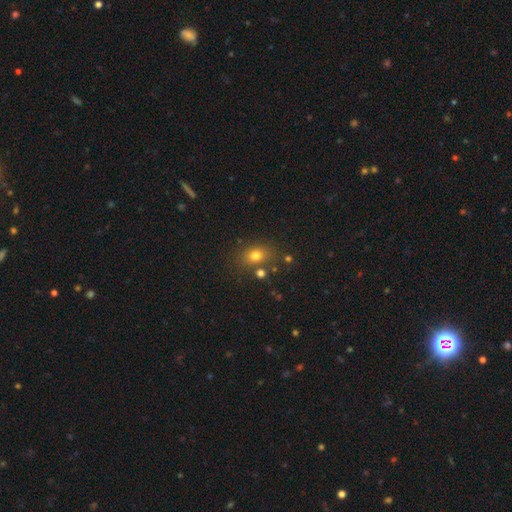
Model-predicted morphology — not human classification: type=smooth (75%); roundness=in between (61%); merging=none (73%).